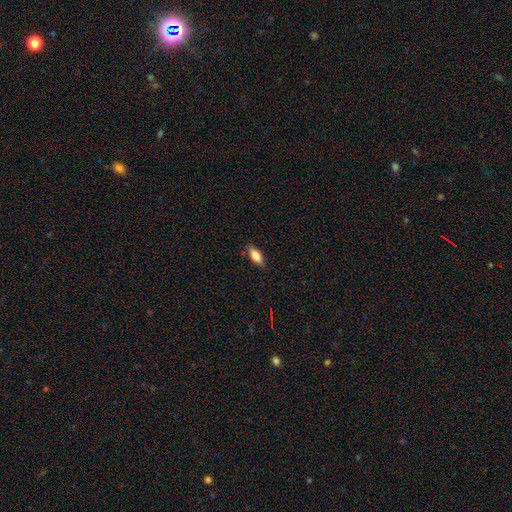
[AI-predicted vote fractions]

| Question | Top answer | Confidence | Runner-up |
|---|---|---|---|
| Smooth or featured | smooth | 82% | featured or disk (10%) |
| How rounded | in between | 79% | cigar-shaped (18%) |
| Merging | none | 86% | minor disturbance (11%) |